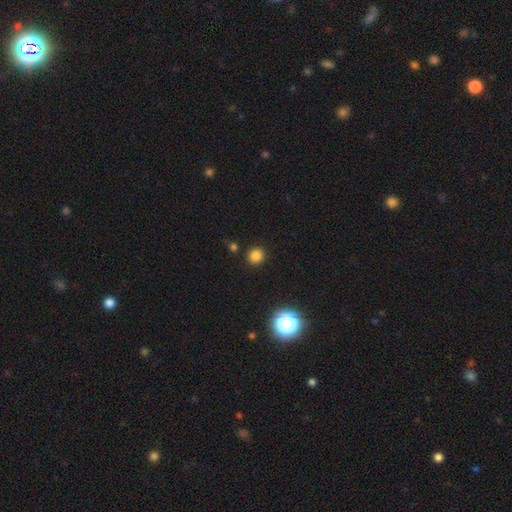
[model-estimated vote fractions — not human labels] This is clearly a smooth galaxy (81%). How rounded: clearly round (90%). Merging: clearly none (89%).